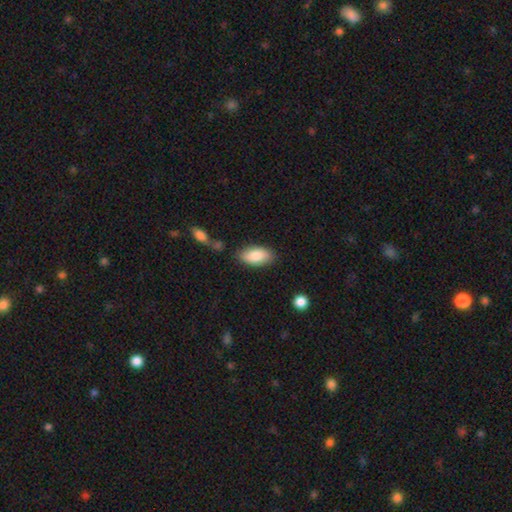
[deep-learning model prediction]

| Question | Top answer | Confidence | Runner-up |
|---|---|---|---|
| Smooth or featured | smooth | 84% | featured or disk (9%) |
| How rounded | in between | 92% | cigar-shaped (5%) |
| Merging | none | 80% | minor disturbance (13%) |